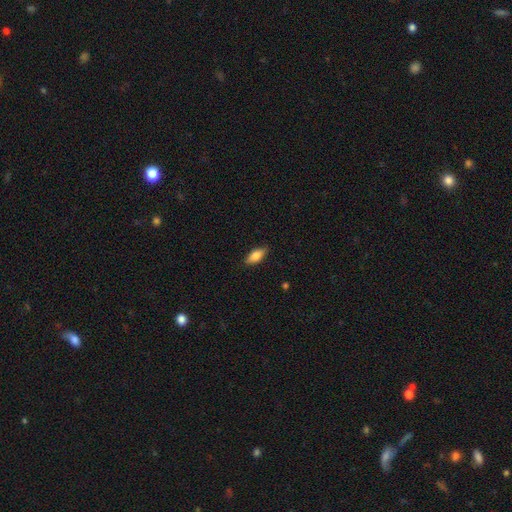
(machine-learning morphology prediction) A smooth galaxy with no disk features (79%) that is in between round and cigar-shaped (83%).

Vote fractions:
- Smooth or featured? smooth: 79% / featured or disk: 15% / star or artifact: 7%
- How rounded? in between: 83% / cigar-shaped: 15% / round: 3%
- Merging? none: 86% / minor disturbance: 11% / major disturbance: 2% / merger: 1%